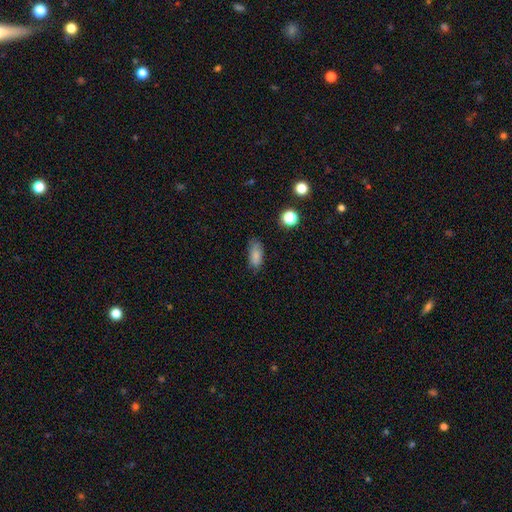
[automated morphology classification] The model was most divided on "merging": none: 72%, minor disturbance: 21%, major disturbance: 5%, merger: 2%. More confident: how rounded — in between (86%); smooth or featured — smooth (82%).